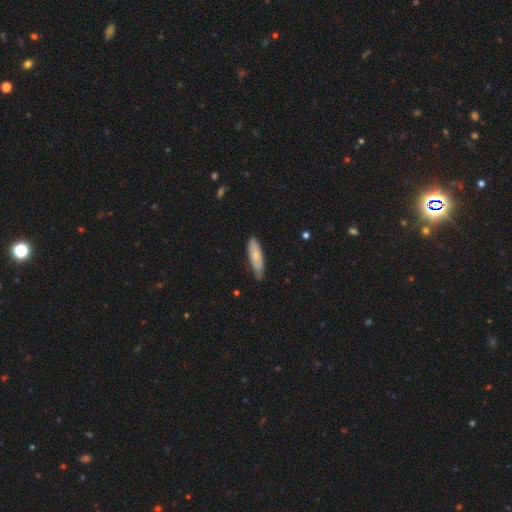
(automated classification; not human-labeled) This is likely a smooth galaxy (74%). How rounded: likely cigar-shaped (60%). Merging: likely none (69%).